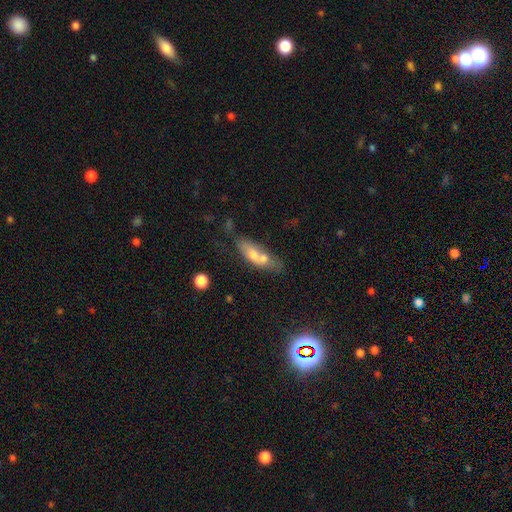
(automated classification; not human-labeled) Morphology: type=smooth (60%); roundness=in between (63%); merging=merger (46%).